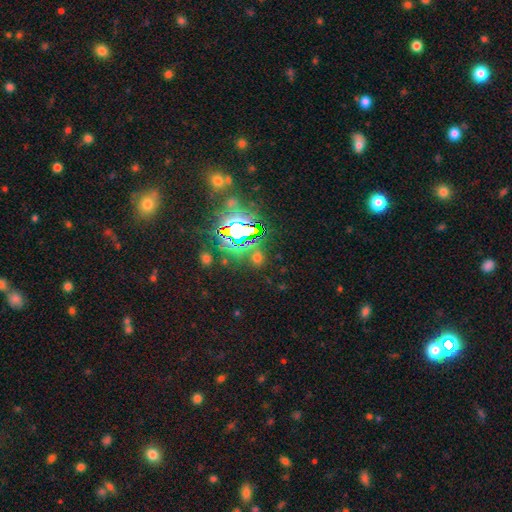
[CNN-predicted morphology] Overall: star or artifact (79%).